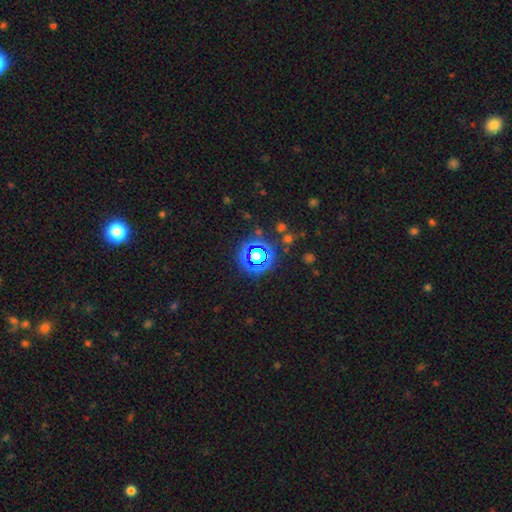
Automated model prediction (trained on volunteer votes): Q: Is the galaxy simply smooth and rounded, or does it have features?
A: star or artifact — 65%.